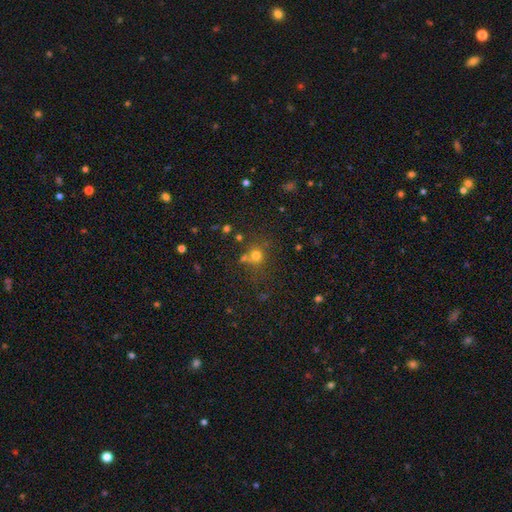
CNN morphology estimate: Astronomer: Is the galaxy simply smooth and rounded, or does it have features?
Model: smooth — 69%.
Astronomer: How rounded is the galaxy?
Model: round — 87%.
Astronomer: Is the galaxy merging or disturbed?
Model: none — 64%.